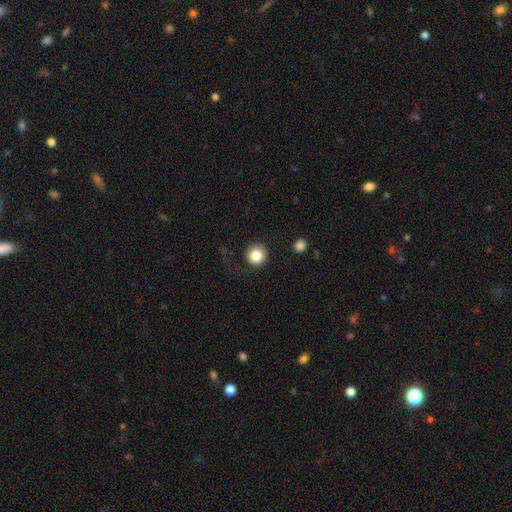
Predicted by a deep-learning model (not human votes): Q: Smooth or featured?
A: smooth (85%); runner-up: star or artifact (10%)
Q: How rounded?
A: round (94%); runner-up: in between (5%)
Q: Merging?
A: none (85%); runner-up: minor disturbance (9%)